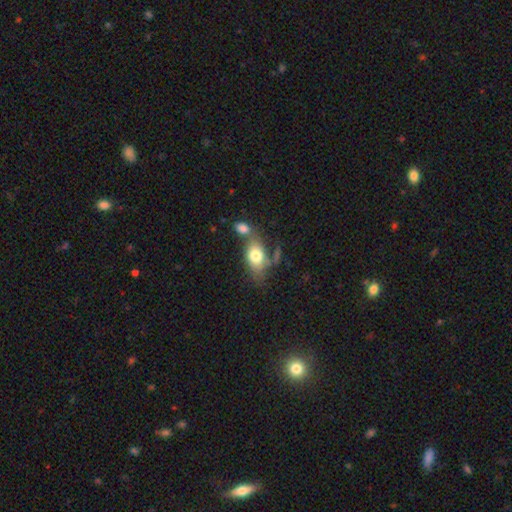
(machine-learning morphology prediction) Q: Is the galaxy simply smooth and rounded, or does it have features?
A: smooth — 73%.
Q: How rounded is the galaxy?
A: in between — 85%.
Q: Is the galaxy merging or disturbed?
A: none — 41%.